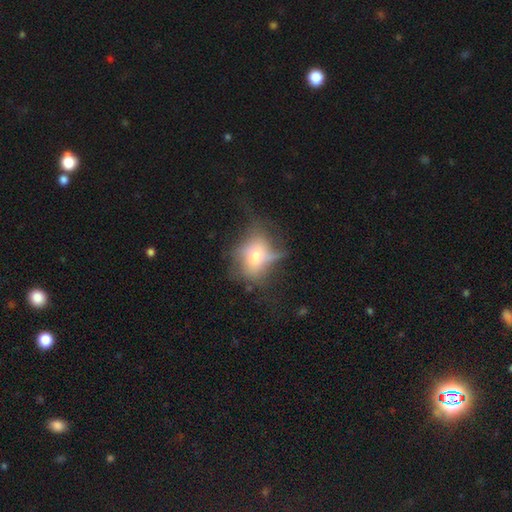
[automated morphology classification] smooth-or-featured: smooth: 48% | featured or disk: 38% | star or artifact: 14%
  merging: none: 37% | major disturbance: 34% | minor disturbance: 25% | merger: 3%